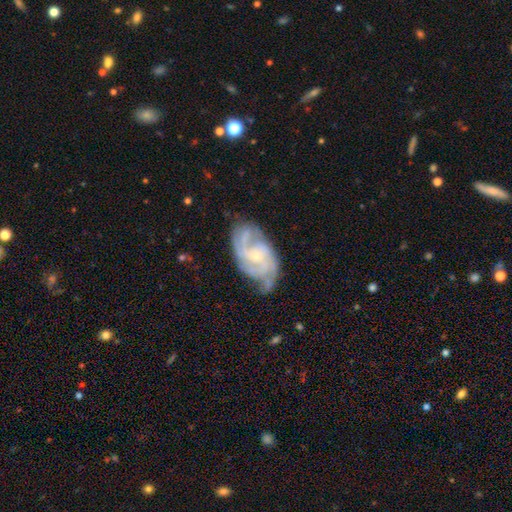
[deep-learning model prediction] Q: Smooth or featured?
A: featured or disk (86%); runner-up: smooth (8%)
Q: Edge-on disk?
A: no (97%); runner-up: yes (3%)
Q: Bar?
A: no (59%); runner-up: weak (34%)
Q: Spiral arms?
A: yes (96%); runner-up: no (4%)
Q: Spiral winding?
A: tight (46%); runner-up: medium (43%)
Q: Spiral arm count?
A: 3 (32%); runner-up: 2 (22%)
Q: Bulge size?
A: small (70%); runner-up: moderate (25%)
Q: Merging?
A: none (66%); runner-up: minor disturbance (24%)